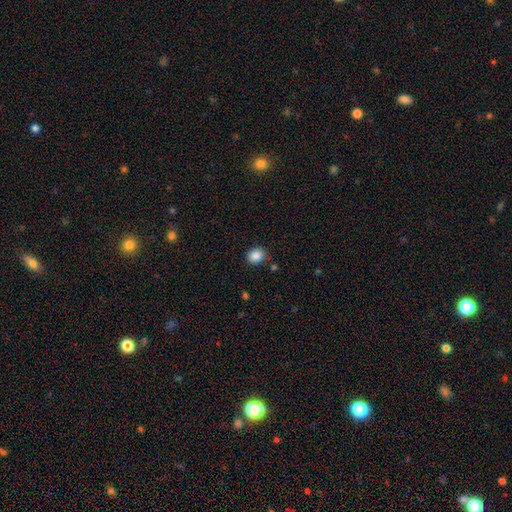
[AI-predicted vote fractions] Smooth or featured?
  - smooth: 86% *
  - star or artifact: 10%
  - featured or disk: 5%
How rounded?
  - round: 76% *
  - in between: 23%
  - cigar-shaped: 1%
Merging?
  - none: 85% *
  - minor disturbance: 9%
  - merger: 3%
  - major disturbance: 2%